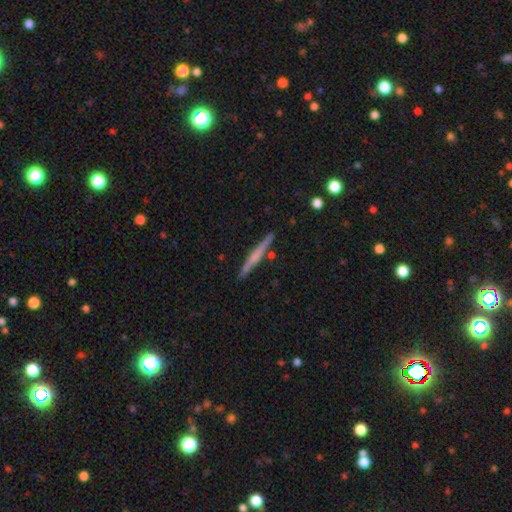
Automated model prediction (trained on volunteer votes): smooth_or_featured: featured or disk (p=0.56) [alt: smooth p=0.38]
disk_edge_on: yes (p=0.98) [alt: no p=0.02]
edge_on_bulge: none (p=0.53) [alt: rounded p=0.32]
merging: none (p=0.90) [alt: minor disturbance p=0.07]